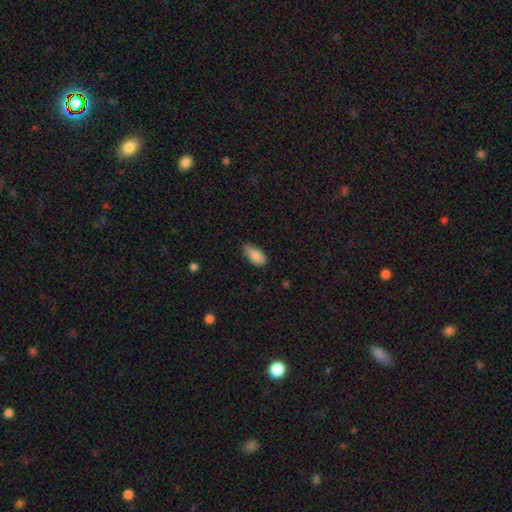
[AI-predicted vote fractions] smooth 87%, star or artifact 7%, featured or disk 6%. Down the decision tree: how rounded — in between (91%); merging — none (59%).